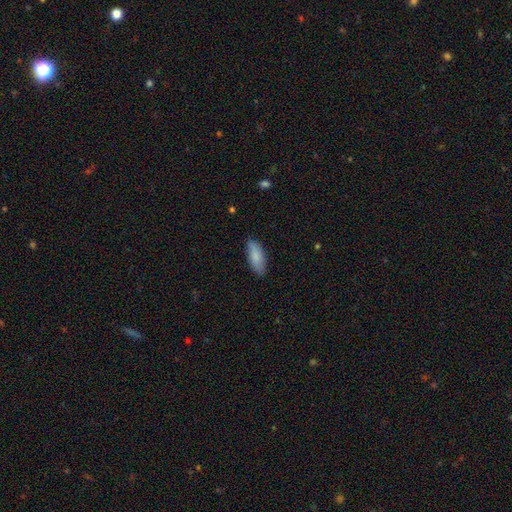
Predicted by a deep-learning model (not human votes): Smooth or featured: smooth — 85% (featured or disk — 9%)
How rounded: in between — 74% (cigar-shaped — 24%)
Merging: none — 82% (minor disturbance — 14%)